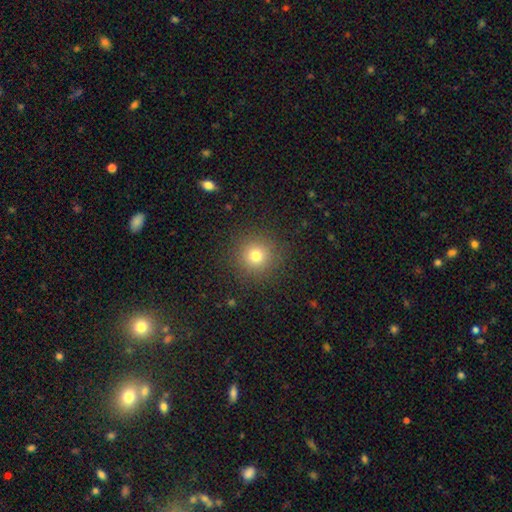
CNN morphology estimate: smooth_or_featured: smooth (p=0.77) [alt: star or artifact p=0.16]
how_rounded: round (p=0.95) [alt: in between p=0.04]
merging: none (p=0.90) [alt: minor disturbance p=0.06]